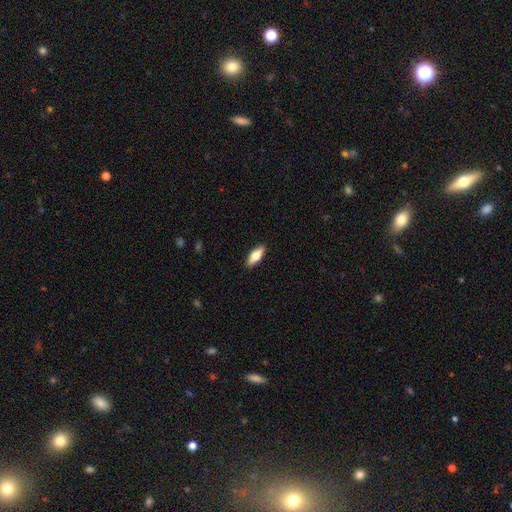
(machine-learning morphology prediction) This is likely a smooth galaxy (63%). How rounded: likely in between (68%). Merging: clearly none (89%).